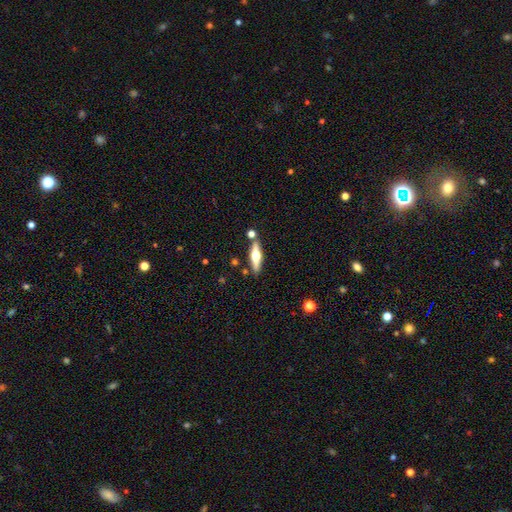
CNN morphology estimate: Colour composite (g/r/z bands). It shows a featured or disk galaxy (59%) viewed edge-on (94%) with a rounded central bulge (95%). Merging: none (80%).